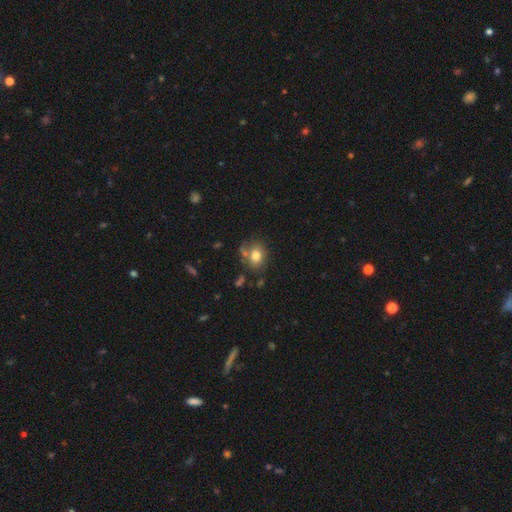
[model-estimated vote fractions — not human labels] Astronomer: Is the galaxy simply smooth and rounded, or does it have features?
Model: smooth — 78%.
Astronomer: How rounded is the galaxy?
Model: in between — 50% (runner-up: round, 49%).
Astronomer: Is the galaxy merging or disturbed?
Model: none — 66%.